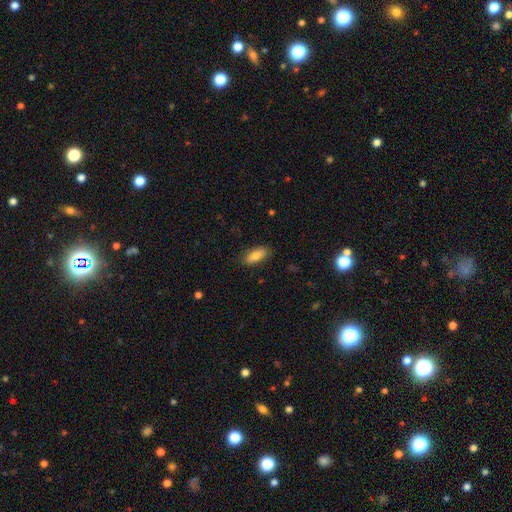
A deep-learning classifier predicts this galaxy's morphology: The model was most divided on "how rounded": in between: 79%, cigar-shaped: 19%, round: 2%. More confident: merging — none (85%); smooth or featured — smooth (84%).